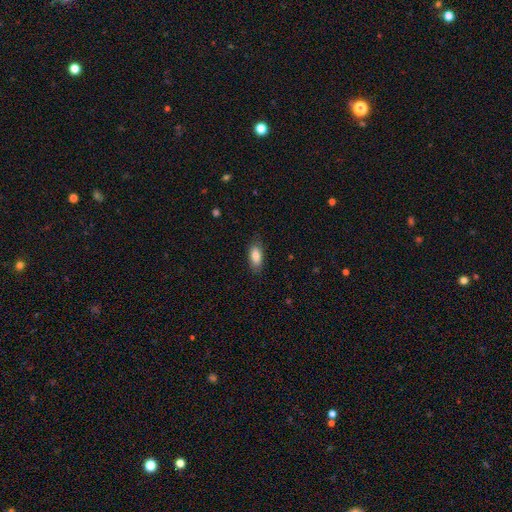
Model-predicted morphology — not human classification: type=smooth (84%); roundness=in between (85%); merging=none (82%).